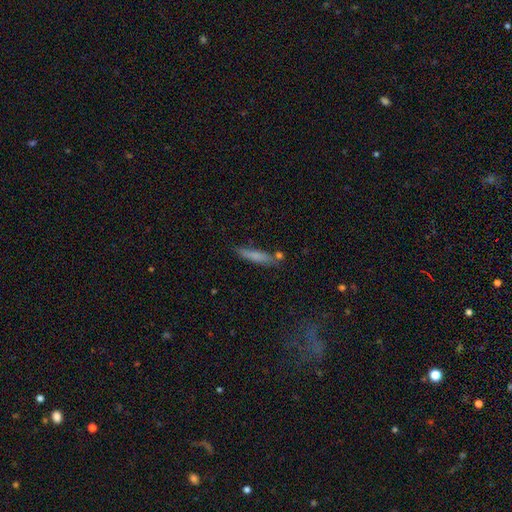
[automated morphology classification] A smooth galaxy with no disk features (71%) that is cigar-shaped (88%).

Vote fractions:
- Smooth or featured? smooth: 71% / featured or disk: 21% / star or artifact: 9%
- How rounded? cigar-shaped: 88% / in between: 10% / round: 2%
- Merging? none: 71% / minor disturbance: 17% / merger: 8% / major disturbance: 4%